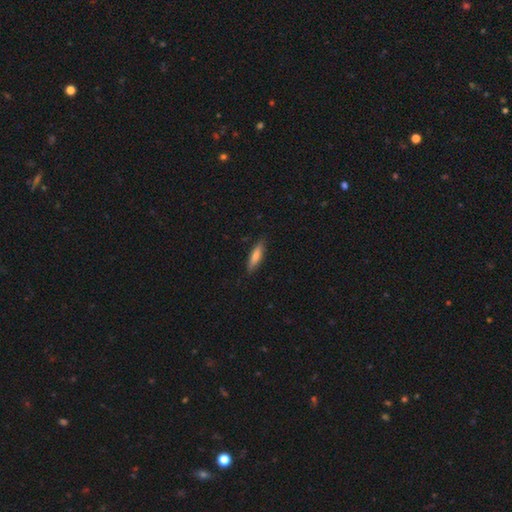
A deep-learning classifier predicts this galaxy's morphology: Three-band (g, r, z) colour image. It shows a smooth galaxy with no disk features (72%) that is cigar-shaped (69%). Merging: none (86%).